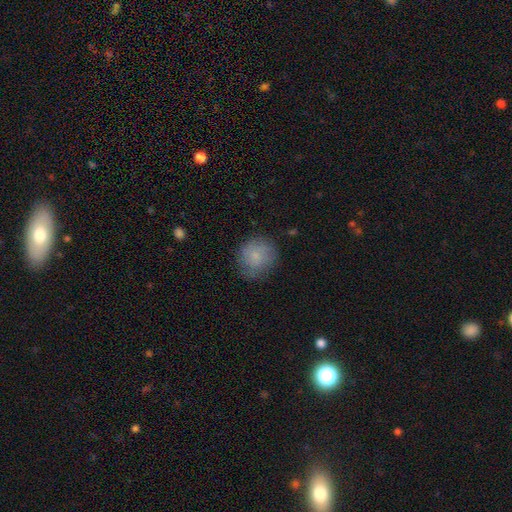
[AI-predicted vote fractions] Morphology: type=smooth (79%); roundness=round (89%); merging=none (74%).